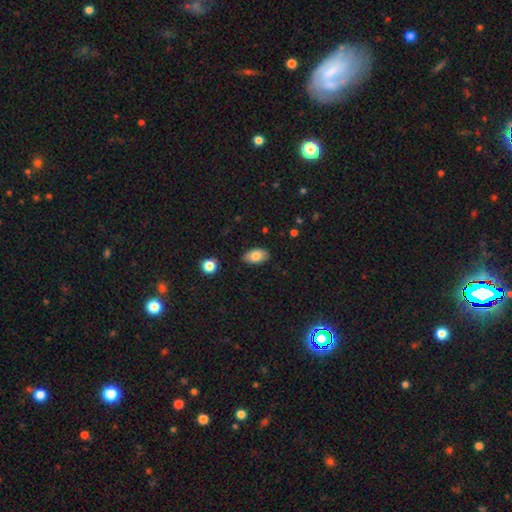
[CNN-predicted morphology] Smooth or featured?
  - smooth: 81% *
  - featured or disk: 12%
  - star or artifact: 7%
How rounded?
  - in between: 92% *
  - round: 6%
  - cigar-shaped: 2%
Merging?
  - none: 85% *
  - minor disturbance: 12%
  - major disturbance: 2%
  - merger: 1%